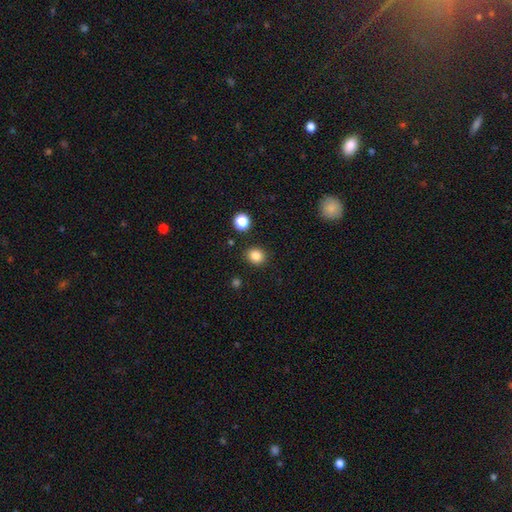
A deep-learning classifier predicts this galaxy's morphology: smooth-or-featured: smooth: 85% | star or artifact: 11% | featured or disk: 4%
  how-rounded: round: 76% | in between: 23% | cigar-shaped: 1%
  merging: none: 89% | minor disturbance: 7% | merger: 2% | major disturbance: 2%